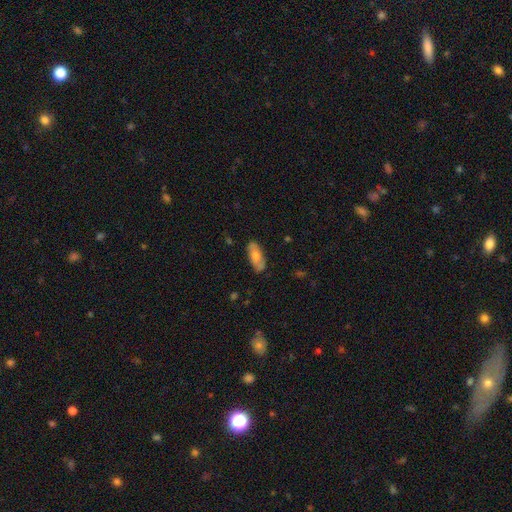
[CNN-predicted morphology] Smooth or featured? Predicted: smooth (p=0.61). How rounded? Predicted: in between (p=0.81). Merging? Predicted: none (p=0.81).